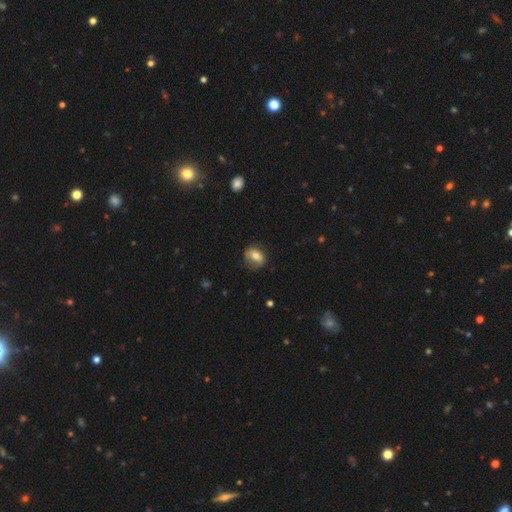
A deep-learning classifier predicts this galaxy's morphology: type=smooth (67%); roundness=in between (68%); merging=none (62%).